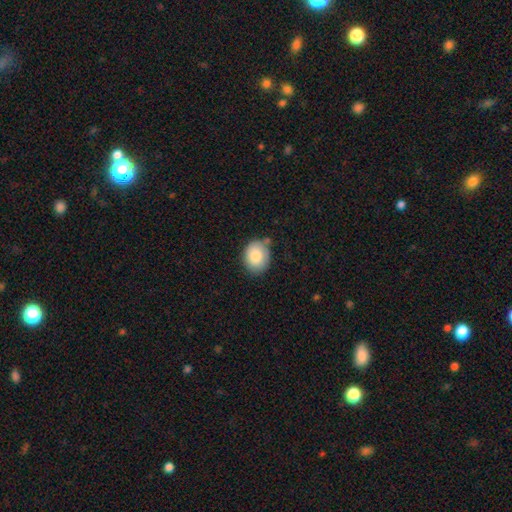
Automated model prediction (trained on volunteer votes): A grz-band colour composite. It shows a smooth galaxy with no disk features (83%) that is round (52%). Merging: none (70%).